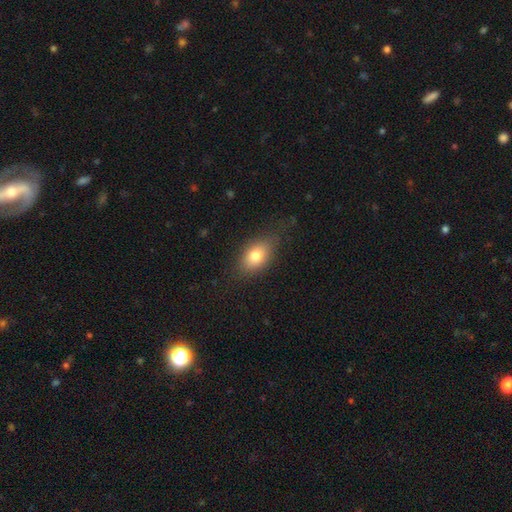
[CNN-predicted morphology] smooth-or-featured: smooth: 78% | featured or disk: 14% | star or artifact: 8%
  how-rounded: in between: 84% | round: 13% | cigar-shaped: 4%
  merging: none: 73% | minor disturbance: 19% | major disturbance: 6% | merger: 1%